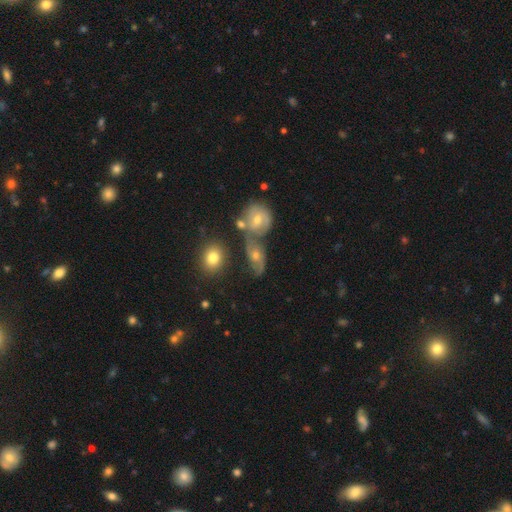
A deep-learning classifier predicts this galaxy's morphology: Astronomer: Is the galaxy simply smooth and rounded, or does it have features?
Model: featured or disk — 53% (runner-up: smooth, 36%).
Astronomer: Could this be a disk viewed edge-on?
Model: no — 93%.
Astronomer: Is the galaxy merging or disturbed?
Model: none — 37% (runner-up: merger, 34%).